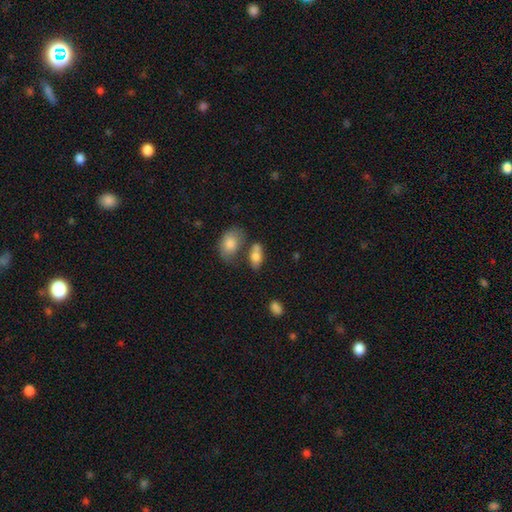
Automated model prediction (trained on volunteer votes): Morphology: type=smooth (77%); roundness=in between (87%); merging=none (48%).